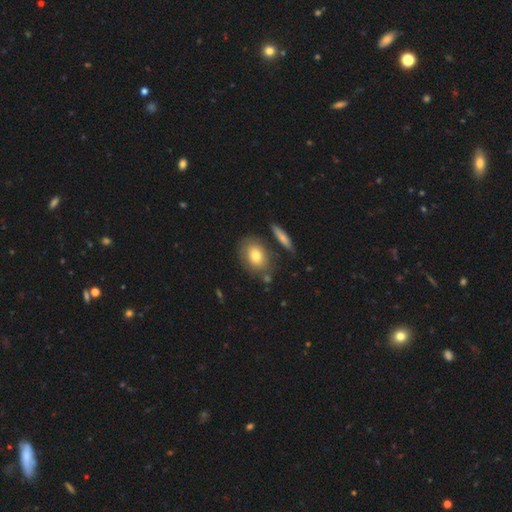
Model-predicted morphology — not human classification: A smooth galaxy with no disk features (74%) that is in between round and cigar-shaped (69%). Merging: none (72%).